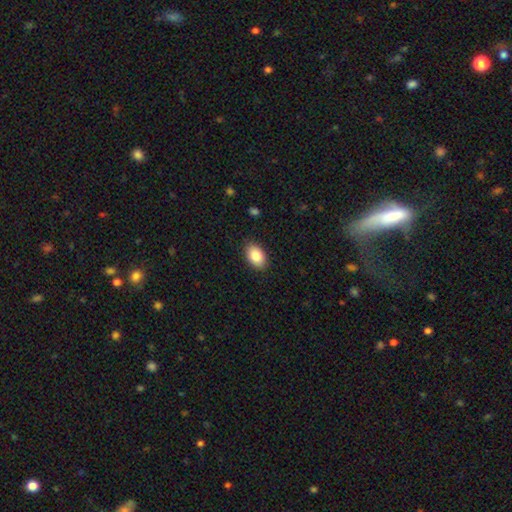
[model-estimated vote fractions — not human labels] This appears to be a smooth galaxy with no disk features (85%) that is in between round and cigar-shaped (90%). Merging: none (88%).